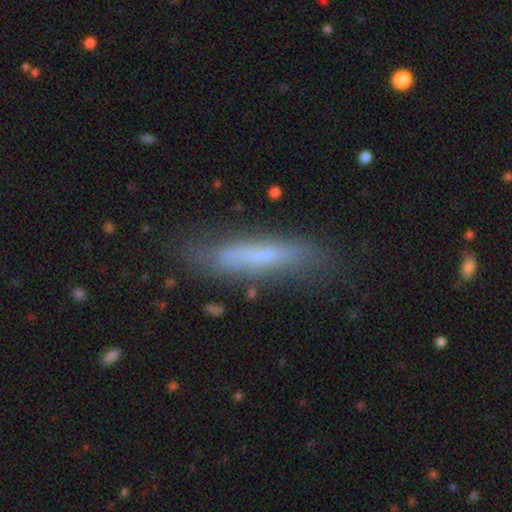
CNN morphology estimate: type=smooth (57%); roundness=cigar-shaped (84%); merging=none (73%).